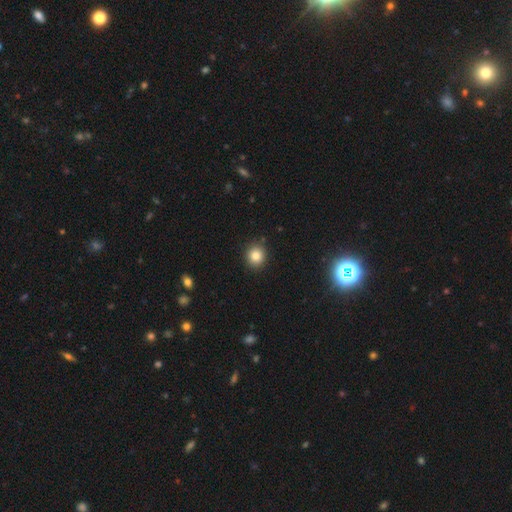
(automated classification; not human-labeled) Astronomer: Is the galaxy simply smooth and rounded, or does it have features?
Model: smooth — 83%.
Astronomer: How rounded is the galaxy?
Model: round — 88%.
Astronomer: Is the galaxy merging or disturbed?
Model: none — 90%.